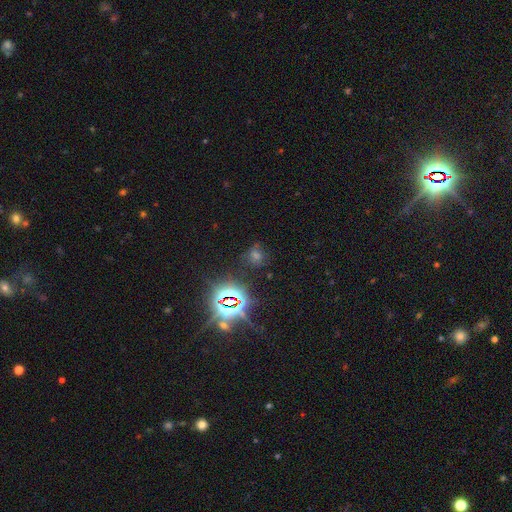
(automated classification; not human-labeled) smooth_or_featured: star or artifact (p=0.65) [alt: smooth p=0.24]